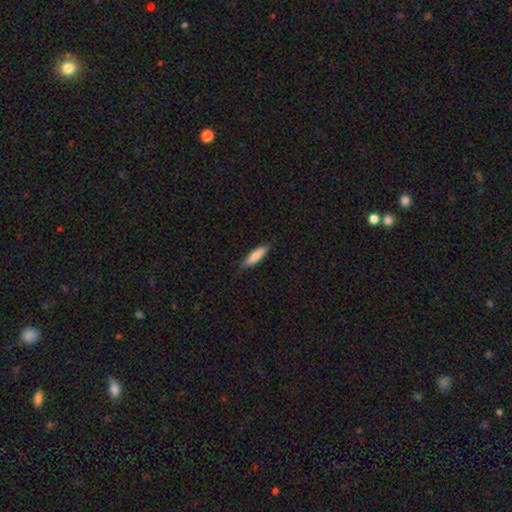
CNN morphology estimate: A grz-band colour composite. It shows a smooth galaxy with no disk features (80%) that is cigar-shaped (65%). Merging: none (85%).